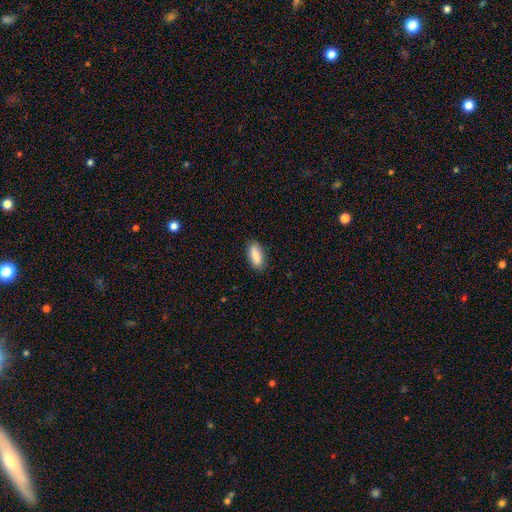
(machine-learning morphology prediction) Overall: smooth (88%). How rounded: in between (78%). Merging: none (84%).